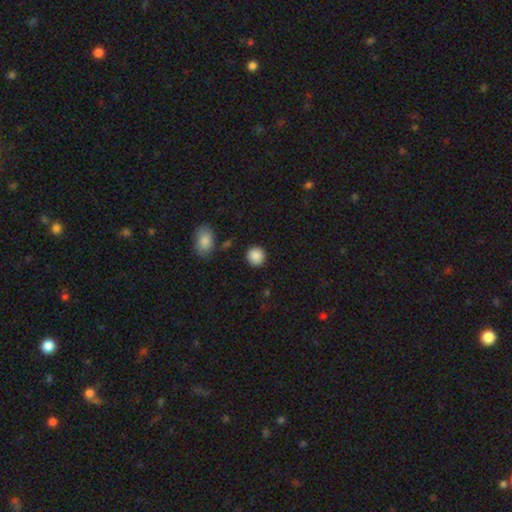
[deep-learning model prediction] This is clearly a smooth galaxy (88%). How rounded: clearly round (90%). Merging: clearly none (89%).